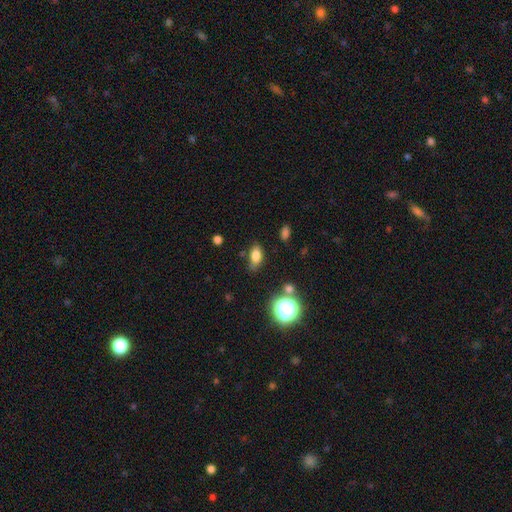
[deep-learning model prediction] smooth_or_featured: smooth (p=0.77) [alt: star or artifact p=0.13]
how_rounded: in between (p=0.82) [alt: round p=0.11]
merging: none (p=0.70) [alt: minor disturbance p=0.21]